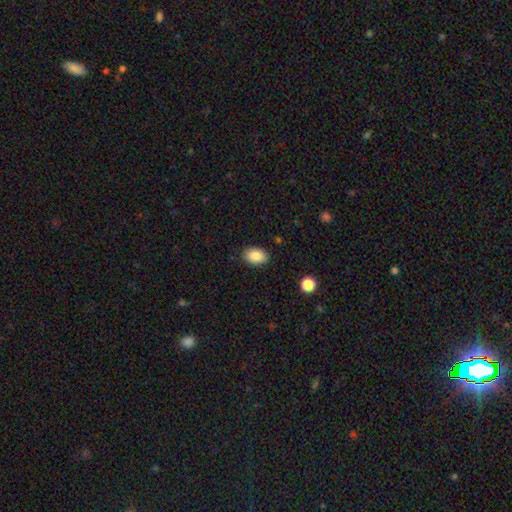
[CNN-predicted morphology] smooth_or_featured: smooth (p=0.87) [alt: star or artifact p=0.08]
how_rounded: in between (p=0.87) [alt: round p=0.12]
merging: none (p=0.88) [alt: minor disturbance p=0.09]